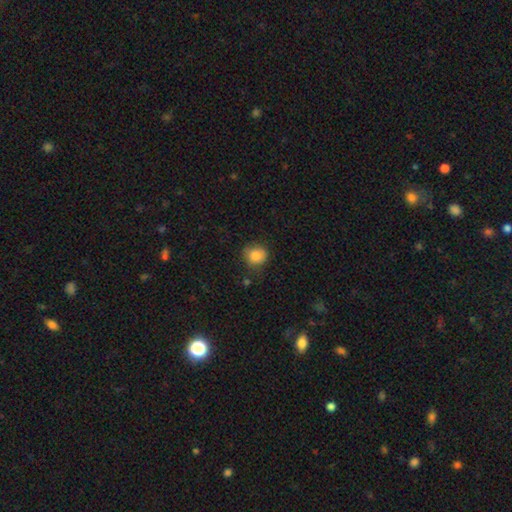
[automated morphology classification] Smooth or featured? smooth (85%)
How rounded? round (82%)
Merging? none (75%)